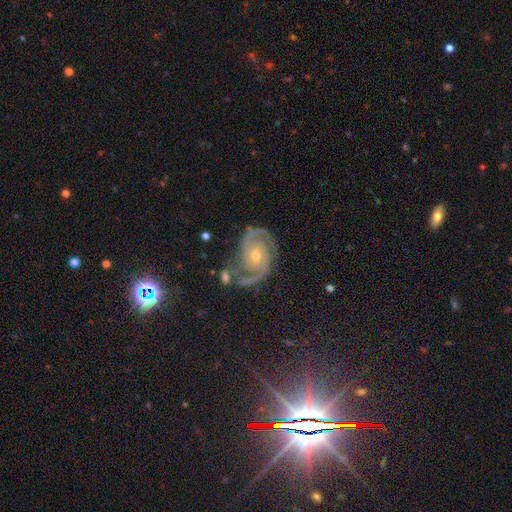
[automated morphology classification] Smooth or featured? Predicted: featured or disk (p=0.85). Edge-on disk? Predicted: no (p=0.98). Bar? Predicted: no (p=0.73). Spiral arms? Predicted: yes (p=0.97). Spiral winding? Predicted: tight (p=0.45, tied with medium). Spiral arm count? Predicted: 2 (p=0.76). Bulge size? Predicted: small (p=0.50). Merging? Predicted: none (p=0.66).